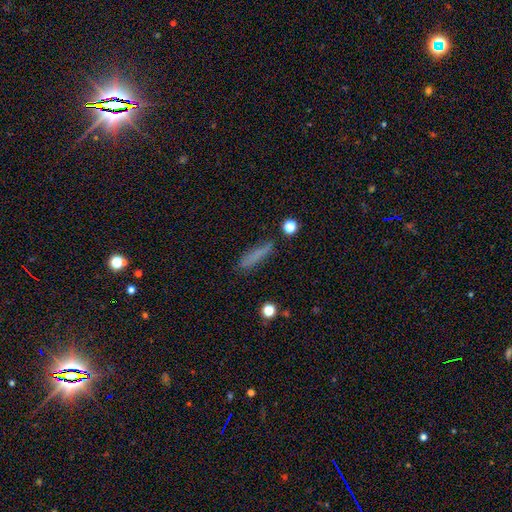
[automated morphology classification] Smooth or featured: smooth — 73% (featured or disk — 15%)
How rounded: cigar-shaped — 85% (in between — 12%)
Merging: none — 79% (minor disturbance — 14%)